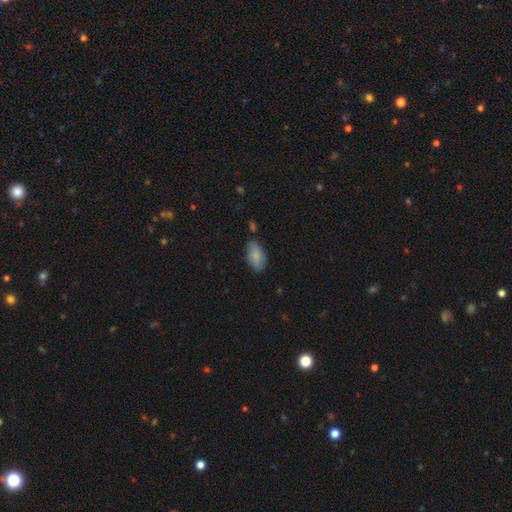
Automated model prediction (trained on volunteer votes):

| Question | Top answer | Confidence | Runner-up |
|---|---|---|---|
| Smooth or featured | smooth | 79% | featured or disk (14%) |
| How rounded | in between | 93% | round (4%) |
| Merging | none | 73% | minor disturbance (21%) |